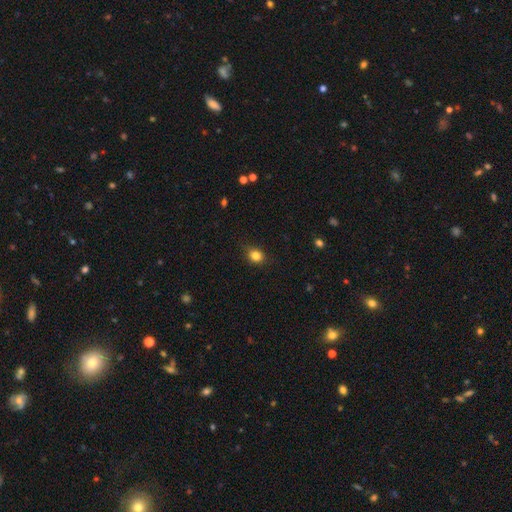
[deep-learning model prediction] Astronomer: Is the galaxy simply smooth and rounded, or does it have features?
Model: smooth — 83%.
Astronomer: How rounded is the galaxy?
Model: round — 64%.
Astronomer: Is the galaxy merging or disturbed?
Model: none — 81%.